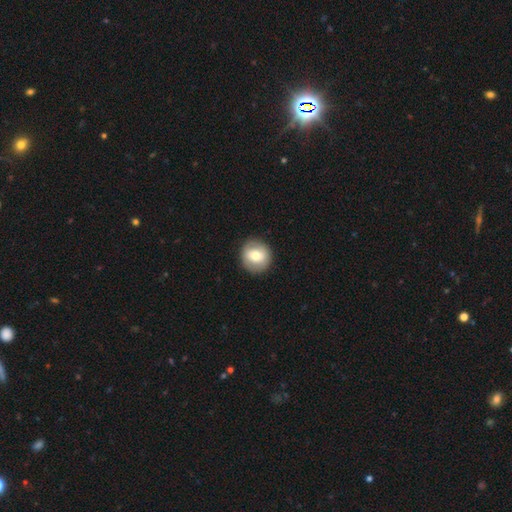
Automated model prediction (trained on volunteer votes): A smooth galaxy with no disk features (64%) that is round (89%). Merging: none (88%).